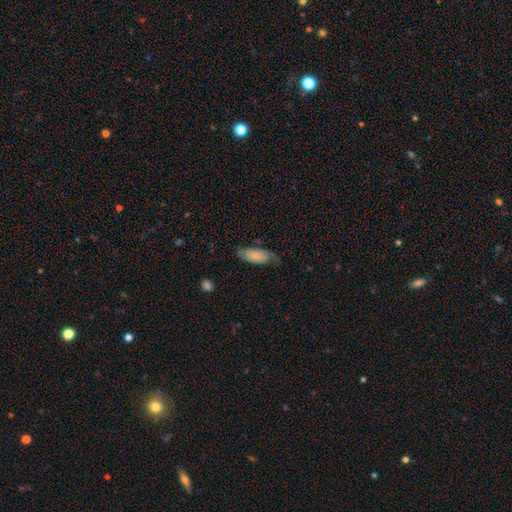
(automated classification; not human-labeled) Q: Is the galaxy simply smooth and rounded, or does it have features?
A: smooth — 65%.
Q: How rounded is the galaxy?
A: in between — 82%.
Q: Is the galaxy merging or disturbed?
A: none — 61%.